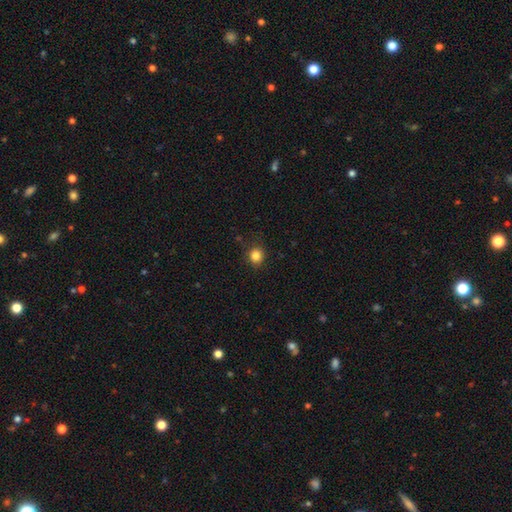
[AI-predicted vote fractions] smooth_or_featured: smooth (p=0.84) [alt: star or artifact p=0.12]
how_rounded: round (p=0.82) [alt: in between p=0.18]
merging: none (p=0.86) [alt: minor disturbance p=0.10]